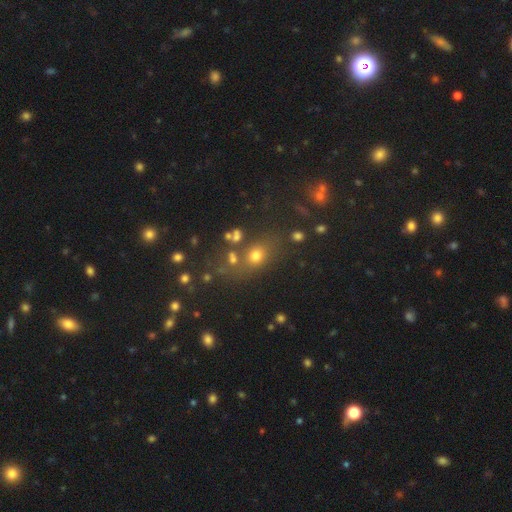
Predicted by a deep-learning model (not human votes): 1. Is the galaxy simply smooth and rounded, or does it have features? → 62% smooth, 26% star or artifact, 13% featured or disk.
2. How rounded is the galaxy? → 55% round, 42% in between, 3% cigar-shaped.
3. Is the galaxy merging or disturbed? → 66% none, 14% merger, 13% minor disturbance, 7% major disturbance.